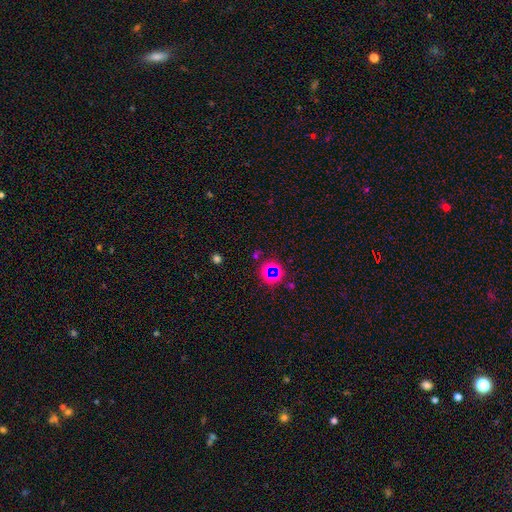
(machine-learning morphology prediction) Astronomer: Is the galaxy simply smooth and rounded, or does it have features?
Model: star or artifact — 59%.